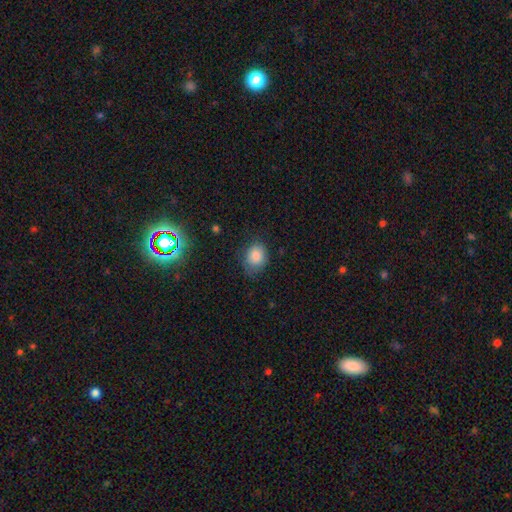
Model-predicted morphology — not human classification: Smooth or featured?
  - smooth: 83% *
  - star or artifact: 10%
  - featured or disk: 7%
How rounded?
  - in between: 56% *
  - round: 43%
  - cigar-shaped: 1%
Merging?
  - none: 69% *
  - minor disturbance: 23%
  - major disturbance: 6%
  - merger: 1%